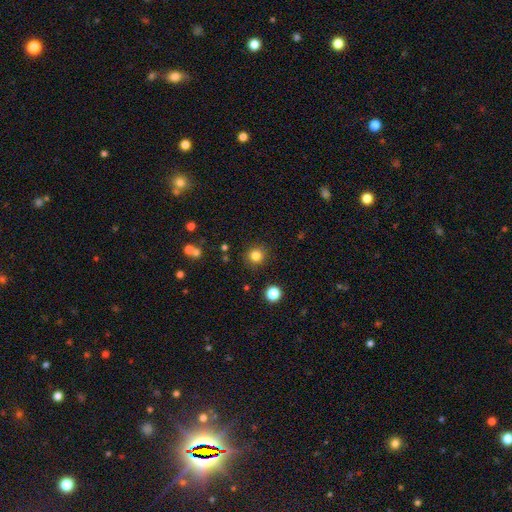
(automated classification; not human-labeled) This appears to be a smooth galaxy with no disk features (82%) that is round (94%). Merging: none (89%).